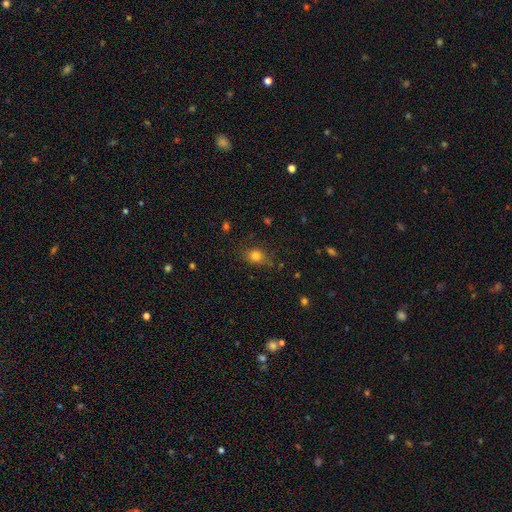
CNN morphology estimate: Smooth or featured? smooth (80%)
How rounded? round (49%, tied with in between)
Merging? none (73%)